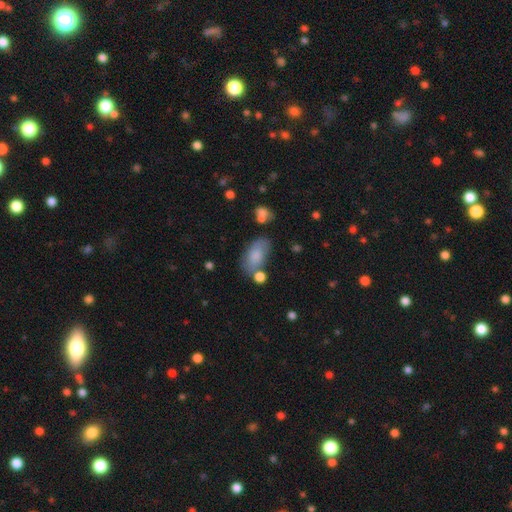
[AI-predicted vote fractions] smooth-or-featured: smooth: 77% | featured or disk: 15% | star or artifact: 8%
  how-rounded: in between: 92% | round: 5% | cigar-shaped: 3%
  merging: none: 60% | minor disturbance: 21% | merger: 12% | major disturbance: 7%